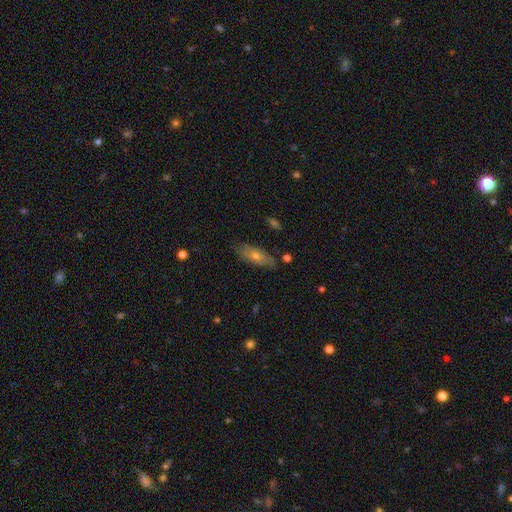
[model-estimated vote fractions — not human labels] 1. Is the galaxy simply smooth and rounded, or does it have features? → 49% smooth, 41% featured or disk, 9% star or artifact.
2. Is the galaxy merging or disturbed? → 79% none, 16% minor disturbance, 3% major disturbance, 2% merger.